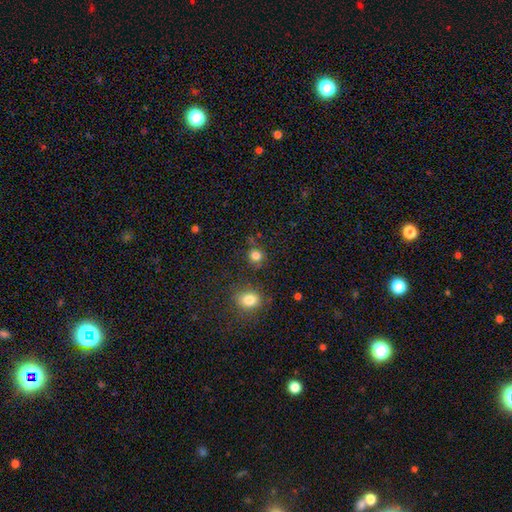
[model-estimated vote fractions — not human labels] A smooth galaxy with no disk features (81%) that is round (85%).

Vote fractions:
- Smooth or featured? smooth: 81% / star or artifact: 14% / featured or disk: 5%
- How rounded? round: 85% / in between: 14% / cigar-shaped: 1%
- Merging? none: 77% / minor disturbance: 13% / merger: 6% / major disturbance: 5%